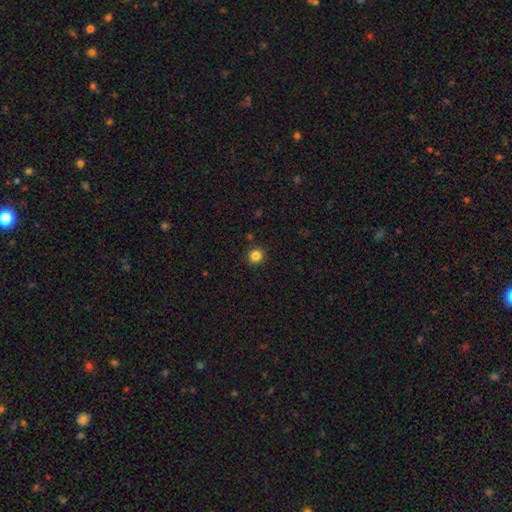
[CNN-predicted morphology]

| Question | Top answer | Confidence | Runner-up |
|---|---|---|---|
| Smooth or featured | smooth | 84% | star or artifact (12%) |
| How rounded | round | 95% | in between (4%) |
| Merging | none | 92% | minor disturbance (5%) |